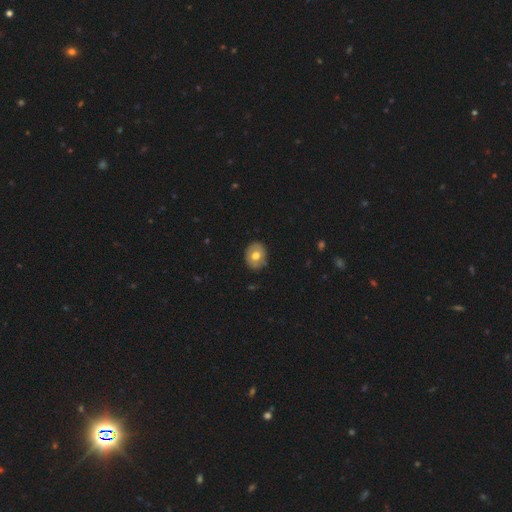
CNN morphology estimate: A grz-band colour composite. It shows a smooth galaxy with no disk features (65%) that is round (57%). Merging: none (86%).